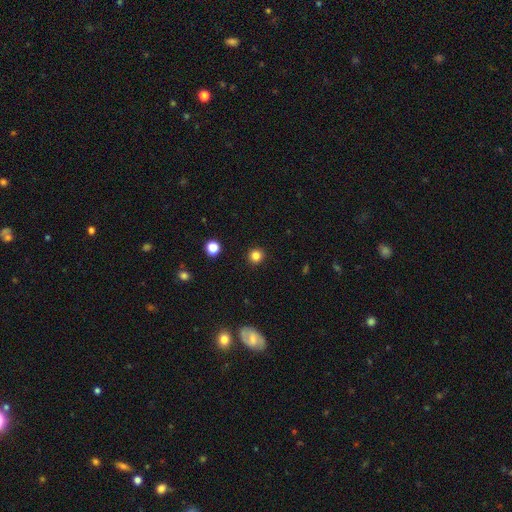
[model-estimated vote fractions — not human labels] This appears to be a smooth galaxy with no disk features (83%) that is round (94%). Merging: none (93%).